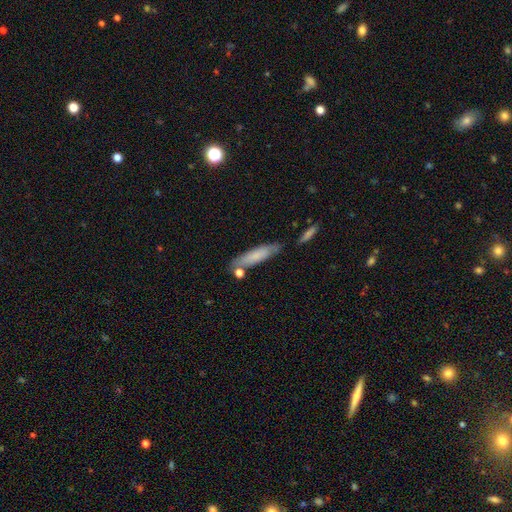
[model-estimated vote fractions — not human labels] A smooth galaxy with no disk features (72%) that is cigar-shaped (76%).

Vote fractions:
- Smooth or featured? smooth: 72% / featured or disk: 21% / star or artifact: 7%
- How rounded? cigar-shaped: 76% / in between: 22% / round: 2%
- Merging? none: 69% / minor disturbance: 17% / merger: 10% / major disturbance: 4%